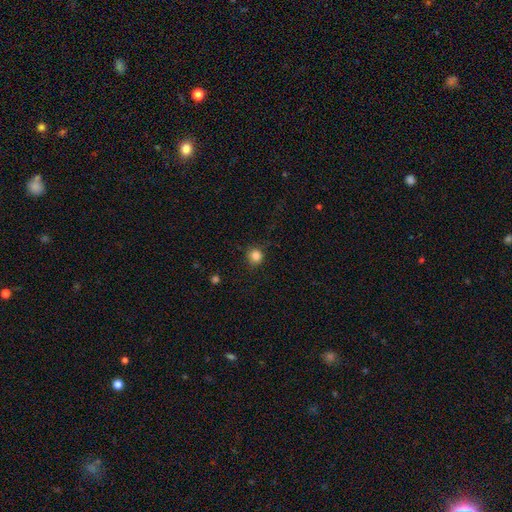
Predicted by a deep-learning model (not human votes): A smooth galaxy with no disk features (85%) that is round (91%).

Vote fractions:
- Smooth or featured? smooth: 85% / star or artifact: 11% / featured or disk: 4%
- How rounded? round: 91% / in between: 8% / cigar-shaped: 1%
- Merging? none: 86% / minor disturbance: 10% / major disturbance: 3% / merger: 1%